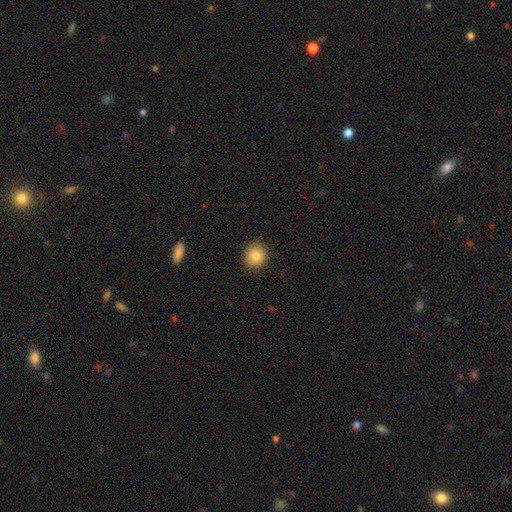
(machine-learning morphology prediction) Smooth or featured?
  - smooth: 84% *
  - star or artifact: 9%
  - featured or disk: 7%
How rounded?
  - round: 87% *
  - in between: 12%
  - cigar-shaped: 1%
Merging?
  - none: 89% *
  - minor disturbance: 8%
  - major disturbance: 2%
  - merger: 1%